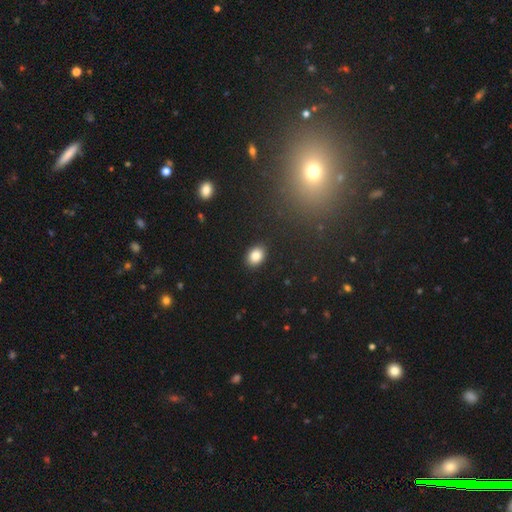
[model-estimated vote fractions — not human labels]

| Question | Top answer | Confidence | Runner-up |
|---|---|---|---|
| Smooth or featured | smooth | 86% | star or artifact (9%) |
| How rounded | in between | 73% | round (26%) |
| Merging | none | 90% | minor disturbance (7%) |